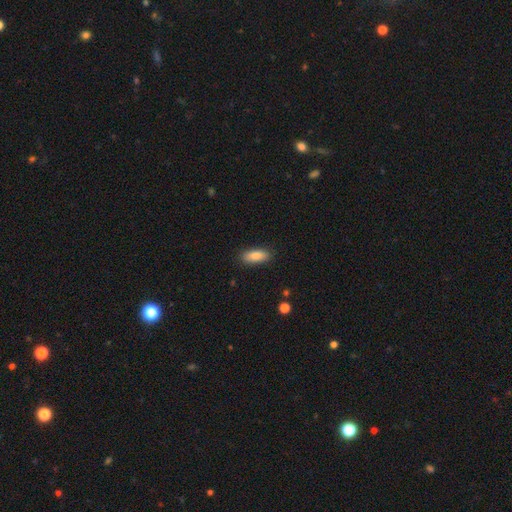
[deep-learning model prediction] A smooth galaxy with no disk features (86%) that is in between round and cigar-shaped (79%).

Vote fractions:
- Smooth or featured? smooth: 86% / featured or disk: 7% / star or artifact: 7%
- How rounded? in between: 79% / cigar-shaped: 19% / round: 2%
- Merging? none: 87% / minor disturbance: 9% / major disturbance: 2% / merger: 1%